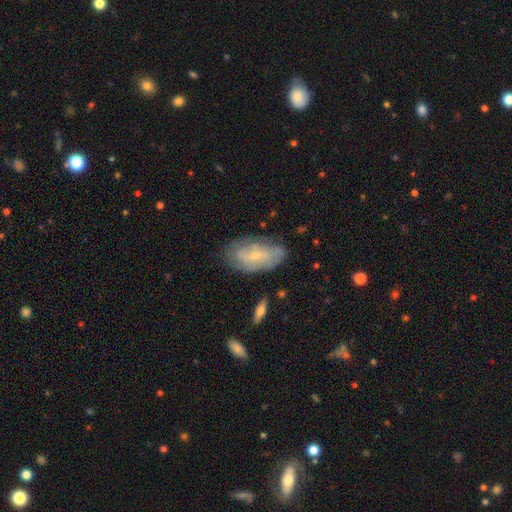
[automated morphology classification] A featured or disk galaxy (53%). Merging: none (67%).